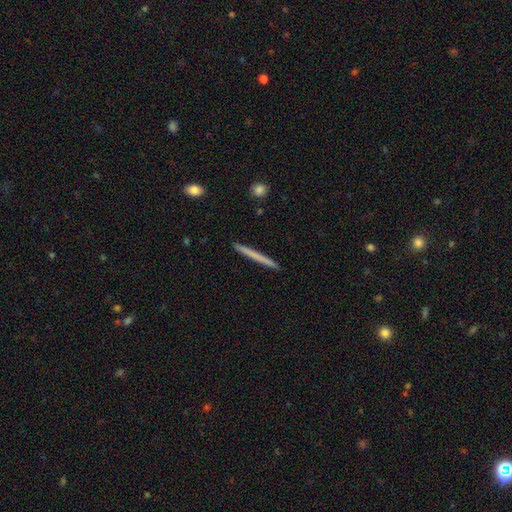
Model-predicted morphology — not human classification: A smooth galaxy with no disk features (61%) that is cigar-shaped (97%).

Vote fractions:
- Smooth or featured? smooth: 61% / featured or disk: 34% / star or artifact: 5%
- How rounded? cigar-shaped: 97% / in between: 1% / round: 1%
- Merging? none: 93% / minor disturbance: 5% / major disturbance: 1% / merger: 1%